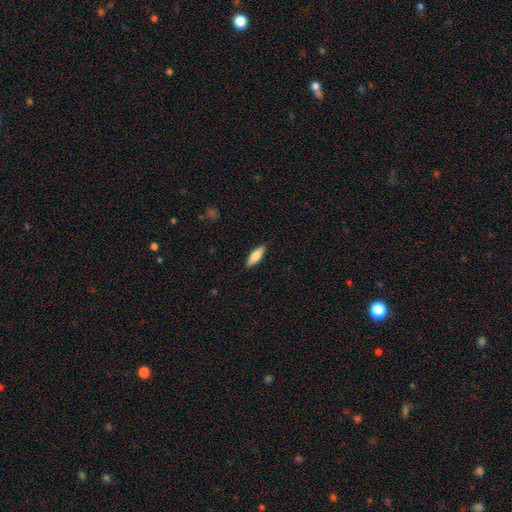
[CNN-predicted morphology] A smooth galaxy with no disk features (73%) that is in between round and cigar-shaped (60%). Merging: none (88%).